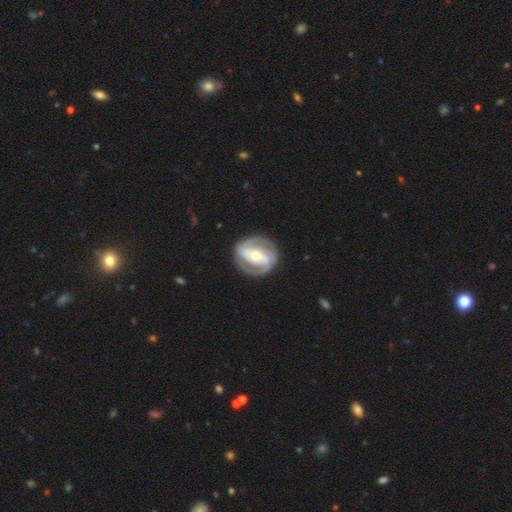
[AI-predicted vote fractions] Smooth or featured? featured or disk (84%)
Edge-on disk? no (97%)
Bar? strong (44%)
Spiral arms? yes (91%)
Spiral winding? tight (49%)
Spiral arm count? 2 (85%)
Bulge size? moderate (65%)
Merging? none (85%)